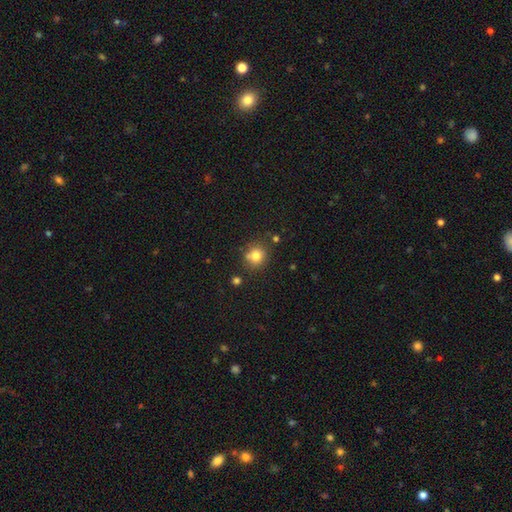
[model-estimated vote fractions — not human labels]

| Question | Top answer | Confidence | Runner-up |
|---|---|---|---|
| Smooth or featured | smooth | 79% | star or artifact (13%) |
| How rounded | round | 86% | in between (13%) |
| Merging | none | 74% | minor disturbance (12%) |